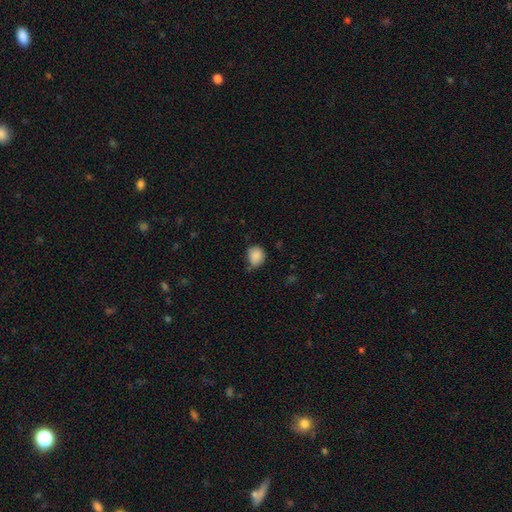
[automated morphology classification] Smooth or featured: smooth — 87% (star or artifact — 8%)
How rounded: round — 67% (in between — 32%)
Merging: none — 58% (minor disturbance — 33%)